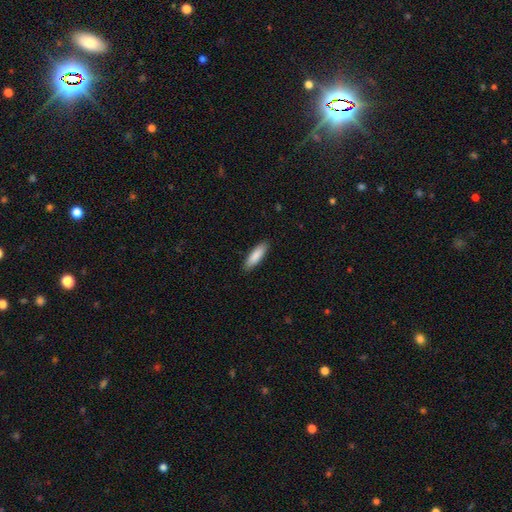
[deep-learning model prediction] smooth_or_featured: smooth (p=0.87) [alt: featured or disk p=0.07]
how_rounded: cigar-shaped (p=0.55) [alt: in between p=0.43]
merging: none (p=0.89) [alt: minor disturbance p=0.08]